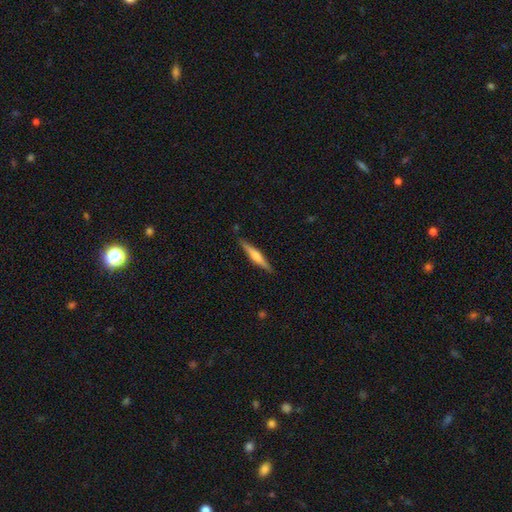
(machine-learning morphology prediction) This appears to be a featured or disk galaxy (58%) viewed edge-on (97%) with a rounded central bulge (73%). Merging: none (88%).